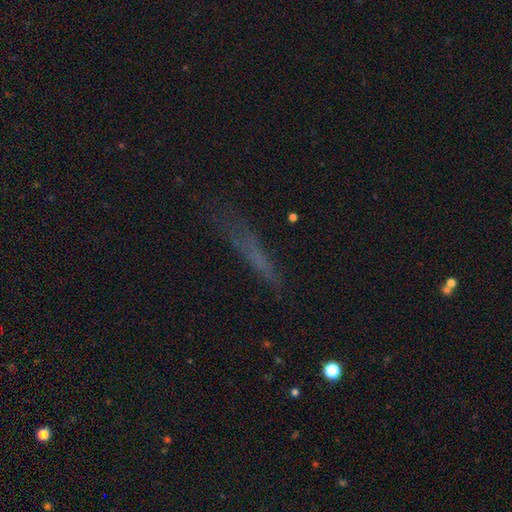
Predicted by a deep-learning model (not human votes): Smooth or featured?
  - smooth: 52% *
  - featured or disk: 29%
  - star or artifact: 19%
How rounded?
  - cigar-shaped: 88% *
  - in between: 9%
  - round: 3%
Merging?
  - none: 71% *
  - minor disturbance: 18%
  - major disturbance: 8%
  - merger: 2%